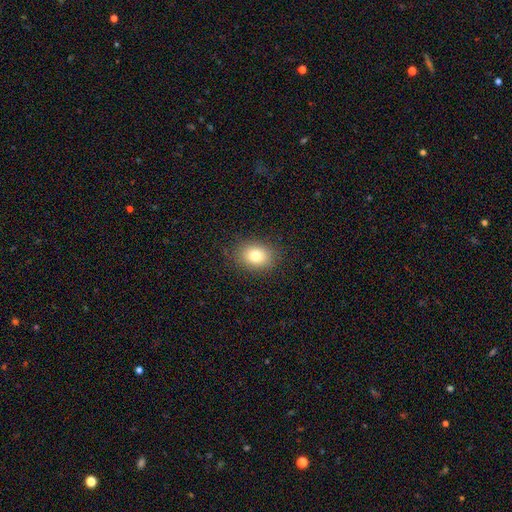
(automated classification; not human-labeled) Smooth or featured?
  - smooth: 79% *
  - star or artifact: 11%
  - featured or disk: 10%
How rounded?
  - in between: 58% *
  - round: 41%
  - cigar-shaped: 1%
Merging?
  - none: 87% *
  - minor disturbance: 9%
  - major disturbance: 3%
  - merger: 1%